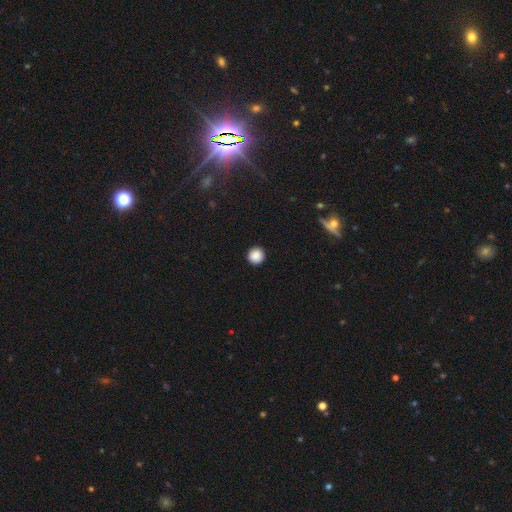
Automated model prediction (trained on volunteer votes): Q: Smooth or featured?
A: smooth (88%); runner-up: star or artifact (9%)
Q: How rounded?
A: round (96%); runner-up: in between (3%)
Q: Merging?
A: none (93%); runner-up: minor disturbance (5%)